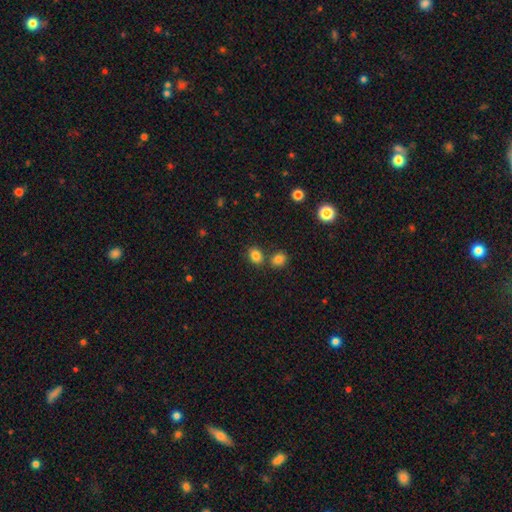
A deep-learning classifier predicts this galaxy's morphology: smooth 82%, star or artifact 11%, featured or disk 6%. Down the decision tree: how rounded — in between (55%); merging — none (69%).